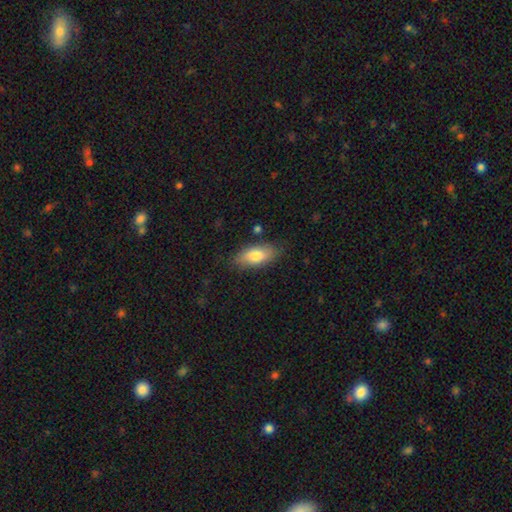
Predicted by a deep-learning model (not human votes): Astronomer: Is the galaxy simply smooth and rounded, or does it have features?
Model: smooth — 78%.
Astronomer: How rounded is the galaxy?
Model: in between — 86%.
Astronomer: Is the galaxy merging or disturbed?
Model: none — 80%.